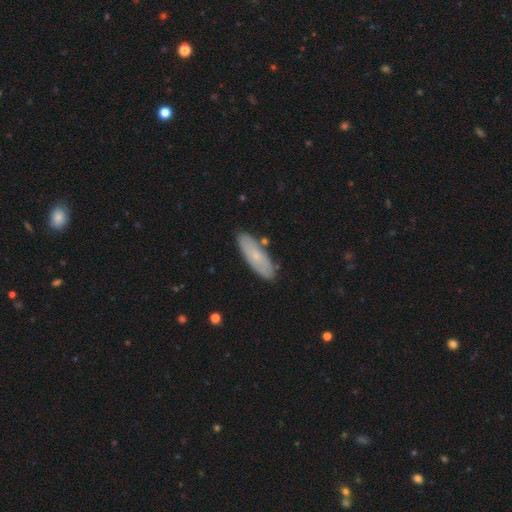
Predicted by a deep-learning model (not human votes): Q: Smooth or featured?
A: smooth (66%); runner-up: featured or disk (27%)
Q: How rounded?
A: in between (50%); runner-up: cigar-shaped (48%)
Q: Merging?
A: none (82%); runner-up: minor disturbance (12%)